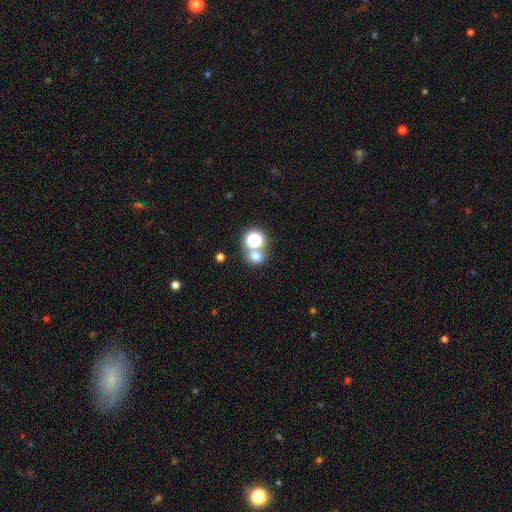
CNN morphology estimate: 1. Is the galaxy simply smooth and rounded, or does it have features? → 68% smooth, 23% star or artifact, 9% featured or disk.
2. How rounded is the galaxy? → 76% round, 23% in between, 1% cigar-shaped.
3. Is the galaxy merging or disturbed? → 57% none, 32% merger, 7% minor disturbance, 4% major disturbance.